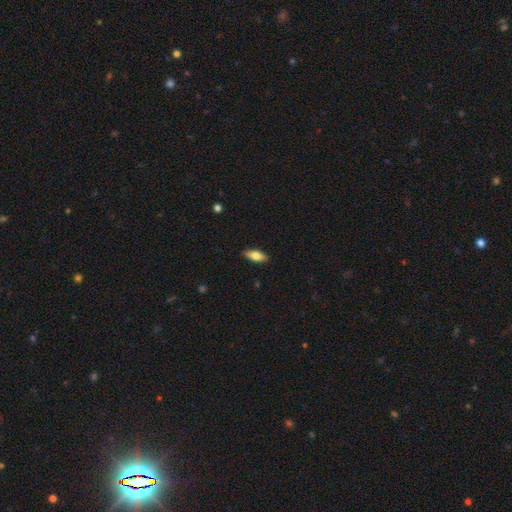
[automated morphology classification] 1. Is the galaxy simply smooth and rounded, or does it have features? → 76% smooth, 18% featured or disk, 6% star or artifact.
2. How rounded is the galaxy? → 81% in between, 17% cigar-shaped, 2% round.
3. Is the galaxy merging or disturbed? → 89% none, 8% minor disturbance, 2% major disturbance, 1% merger.